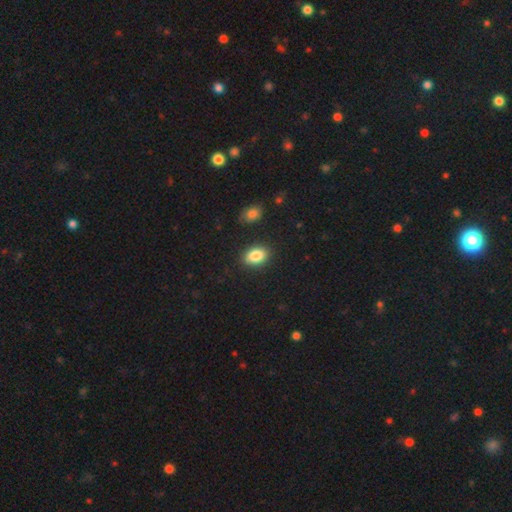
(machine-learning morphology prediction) smooth-or-featured: smooth: 86% | star or artifact: 8% | featured or disk: 6%
  how-rounded: in between: 83% | round: 15% | cigar-shaped: 1%
  merging: none: 87% | minor disturbance: 9% | major disturbance: 2% | merger: 2%